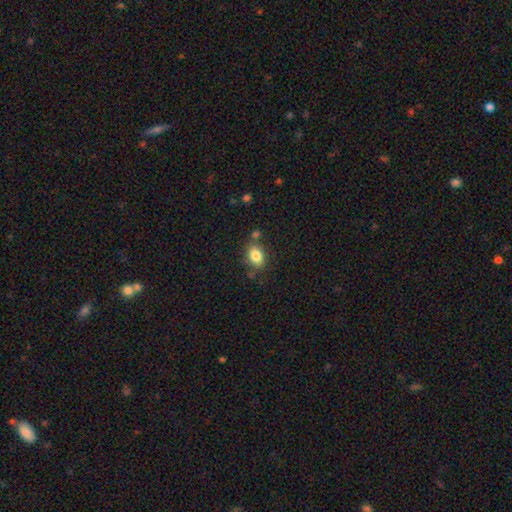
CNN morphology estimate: Q: Smooth or featured?
A: smooth (83%); runner-up: star or artifact (9%)
Q: How rounded?
A: in between (79%); runner-up: round (20%)
Q: Merging?
A: none (69%); runner-up: minor disturbance (16%)